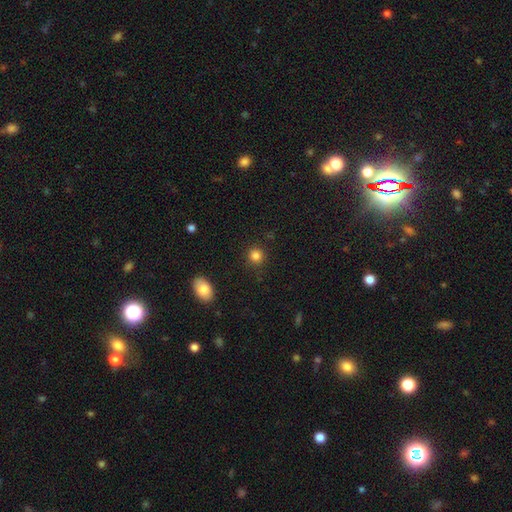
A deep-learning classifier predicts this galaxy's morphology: type=smooth (84%); roundness=round (90%); merging=none (89%).